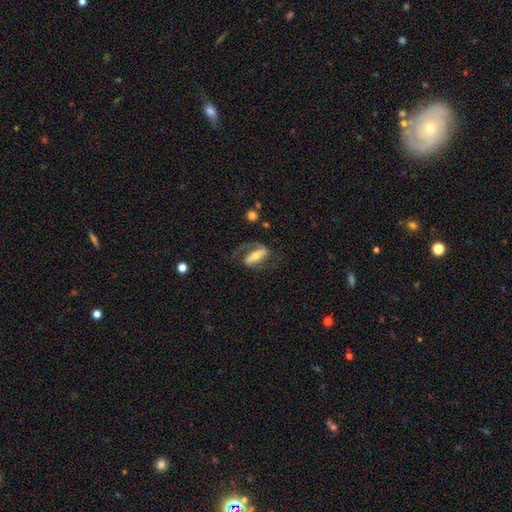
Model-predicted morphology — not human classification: featured or disk 79%, smooth 15%, star or artifact 6%. Down the decision tree: edge-on disk — no (92%); bar — strong (66%); spiral arms — yes (90%); spiral arm count — 2 (77%); spiral winding — medium (49%); bulge size — moderate (49%); merging — none (62%).